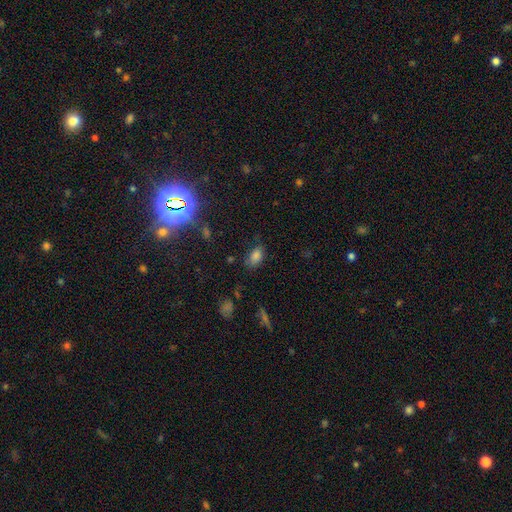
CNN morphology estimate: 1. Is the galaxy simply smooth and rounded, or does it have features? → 79% smooth, 15% star or artifact, 7% featured or disk.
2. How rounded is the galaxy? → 89% in between, 9% round, 2% cigar-shaped.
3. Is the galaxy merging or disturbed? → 65% none, 25% minor disturbance, 8% major disturbance, 3% merger.